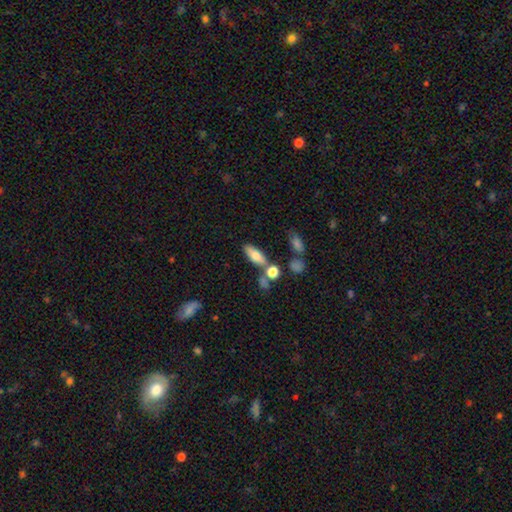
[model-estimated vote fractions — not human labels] smooth-or-featured: smooth: 69% | featured or disk: 23% | star or artifact: 8%
  how-rounded: in between: 66% | cigar-shaped: 29% | round: 5%
  merging: none: 62% | merger: 19% | minor disturbance: 14% | major disturbance: 5%